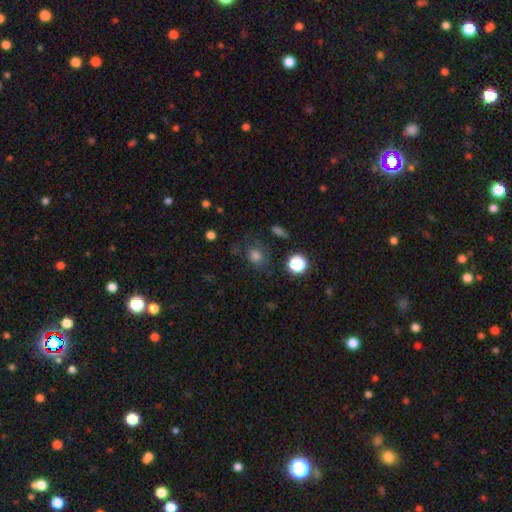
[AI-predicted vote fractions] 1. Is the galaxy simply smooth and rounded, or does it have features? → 72% smooth, 20% star or artifact, 8% featured or disk.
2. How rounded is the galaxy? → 69% round, 30% in between, 1% cigar-shaped.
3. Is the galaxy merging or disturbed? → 72% none, 16% minor disturbance, 8% major disturbance, 4% merger.